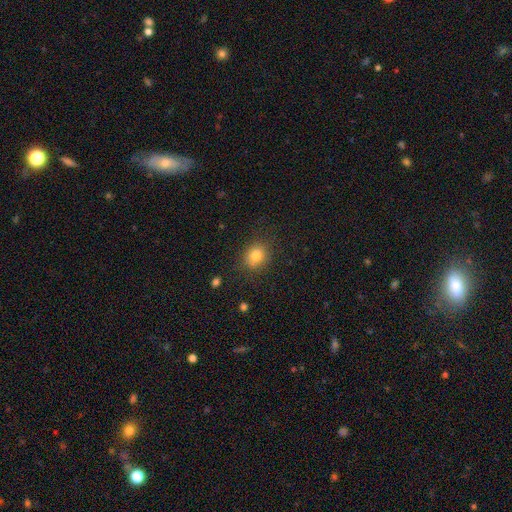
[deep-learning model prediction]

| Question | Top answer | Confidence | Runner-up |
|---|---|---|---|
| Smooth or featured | smooth | 81% | star or artifact (11%) |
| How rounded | round | 66% | in between (33%) |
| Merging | none | 80% | minor disturbance (14%) |